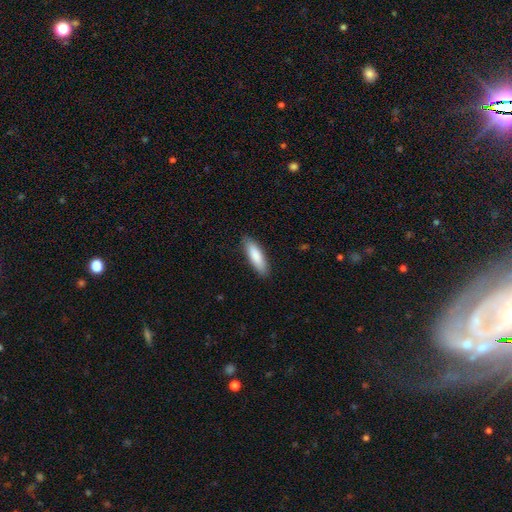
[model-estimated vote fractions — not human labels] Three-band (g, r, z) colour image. It shows a smooth galaxy with no disk features (85%) that is cigar-shaped (56%). Merging: none (87%).